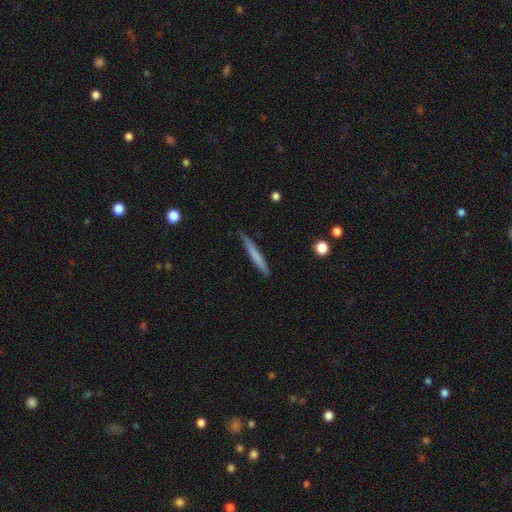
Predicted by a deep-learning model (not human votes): smooth 67%, featured or disk 27%, star or artifact 5%. Down the decision tree: how rounded — cigar-shaped (96%); merging — none (85%).